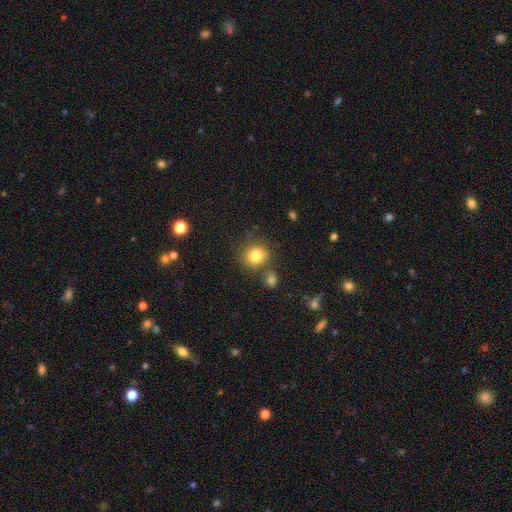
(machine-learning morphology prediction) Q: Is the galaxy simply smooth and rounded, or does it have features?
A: smooth — 80%.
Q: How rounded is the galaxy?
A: round — 89%.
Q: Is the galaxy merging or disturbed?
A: none — 74%.